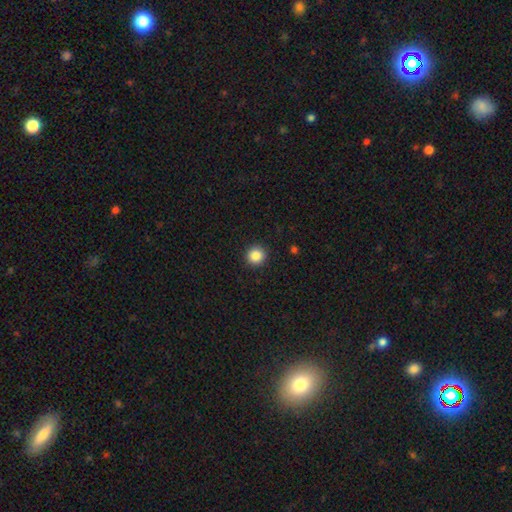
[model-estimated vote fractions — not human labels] smooth_or_featured: smooth (p=0.86) [alt: star or artifact p=0.10]
how_rounded: round (p=0.94) [alt: in between p=0.05]
merging: none (p=0.93) [alt: minor disturbance p=0.05]